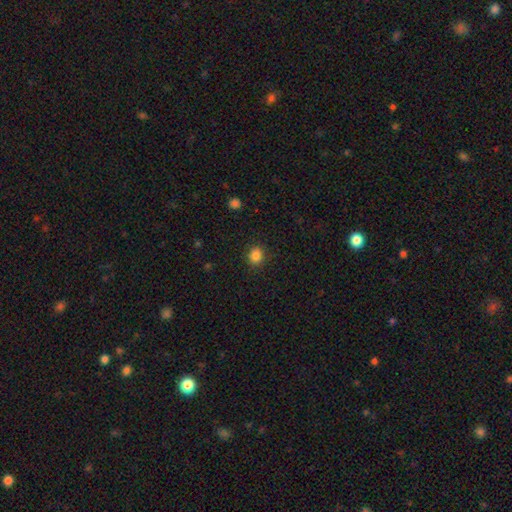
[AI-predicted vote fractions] smooth-or-featured: smooth: 85% | star or artifact: 11% | featured or disk: 4%
  how-rounded: round: 74% | in between: 25% | cigar-shaped: 1%
  merging: none: 88% | minor disturbance: 8% | major disturbance: 3% | merger: 1%